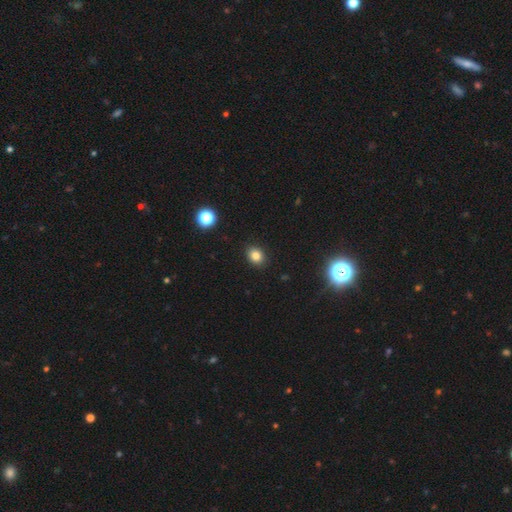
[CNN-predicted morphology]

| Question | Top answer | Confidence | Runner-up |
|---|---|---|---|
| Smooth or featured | smooth | 82% | star or artifact (12%) |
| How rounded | in between | 50% | round (49%) |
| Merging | none | 90% | minor disturbance (7%) |